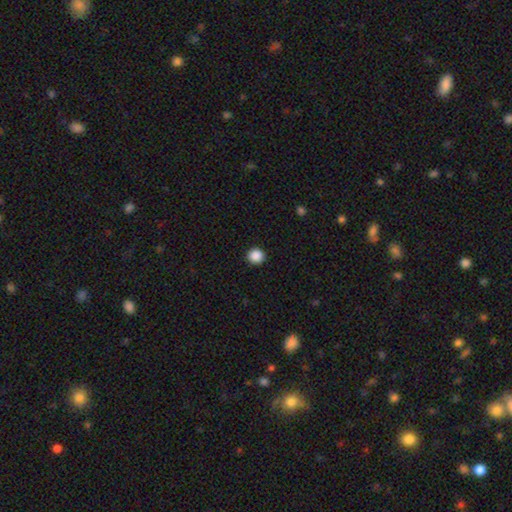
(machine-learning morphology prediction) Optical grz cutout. It shows a smooth galaxy with no disk features (88%) that is round (92%). Merging: none (93%).